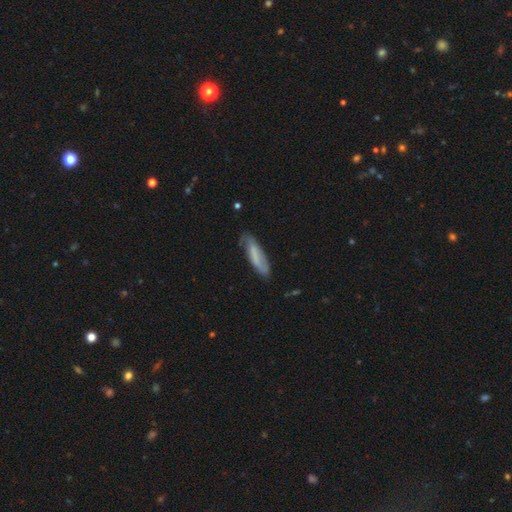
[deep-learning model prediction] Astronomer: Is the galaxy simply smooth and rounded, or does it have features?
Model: smooth — 55% (runner-up: featured or disk, 38%).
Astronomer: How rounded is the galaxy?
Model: cigar-shaped — 64%.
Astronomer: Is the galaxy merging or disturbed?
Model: none — 67%.